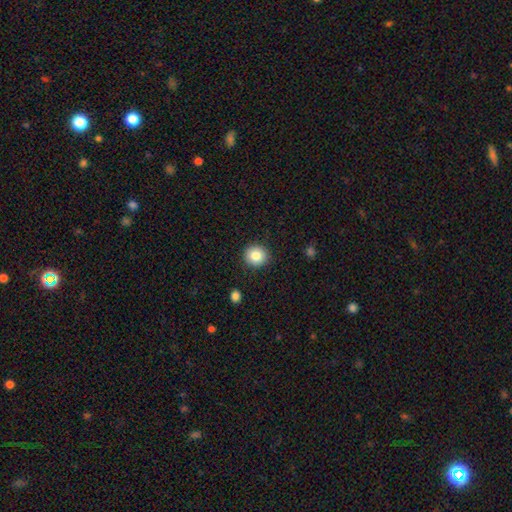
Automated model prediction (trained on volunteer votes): smooth_or_featured: smooth (p=0.84) [alt: star or artifact p=0.09]
how_rounded: round (p=0.90) [alt: in between p=0.09]
merging: none (p=0.90) [alt: minor disturbance p=0.07]